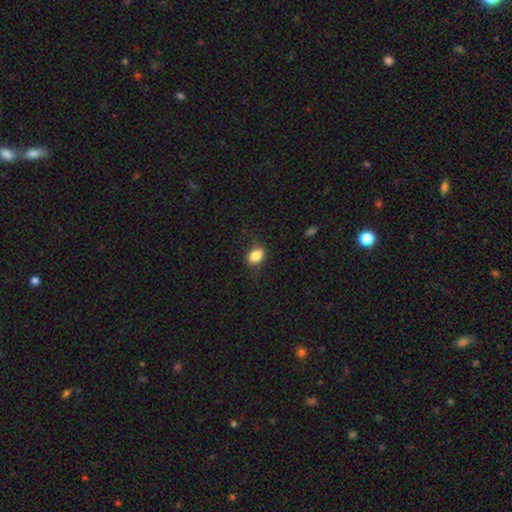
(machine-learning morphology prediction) A smooth galaxy with no disk features (85%) that is in between round and cigar-shaped (76%). Merging: none (82%).